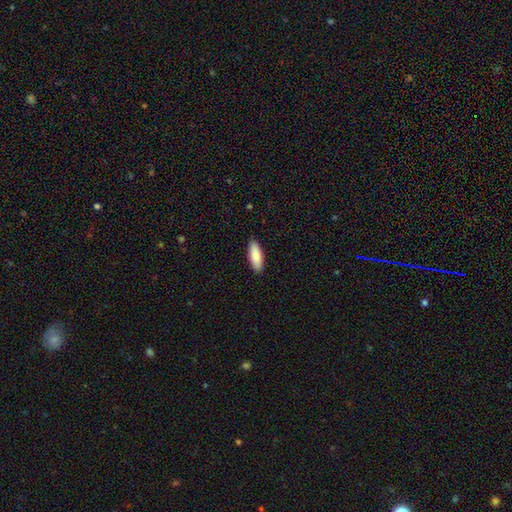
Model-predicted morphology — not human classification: Q: Smooth or featured?
A: smooth (87%); runner-up: featured or disk (8%)
Q: How rounded?
A: in between (67%); runner-up: cigar-shaped (32%)
Q: Merging?
A: none (90%); runner-up: minor disturbance (8%)